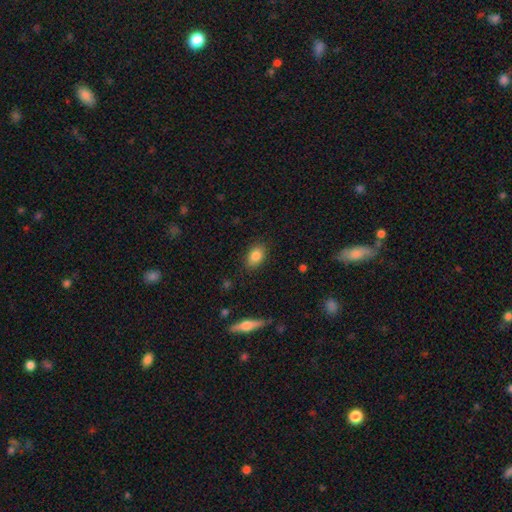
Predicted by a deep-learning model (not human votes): This is clearly a smooth galaxy (84%). How rounded: clearly in between (84%). Merging: clearly none (85%).